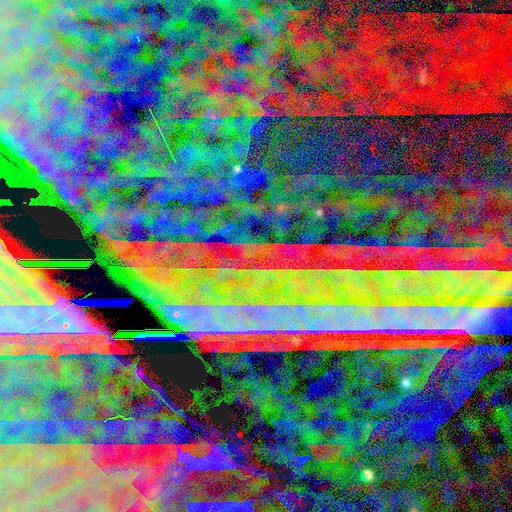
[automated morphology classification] Smooth or featured?
  - star or artifact: 89% *
  - featured or disk: 6%
  - smooth: 5%